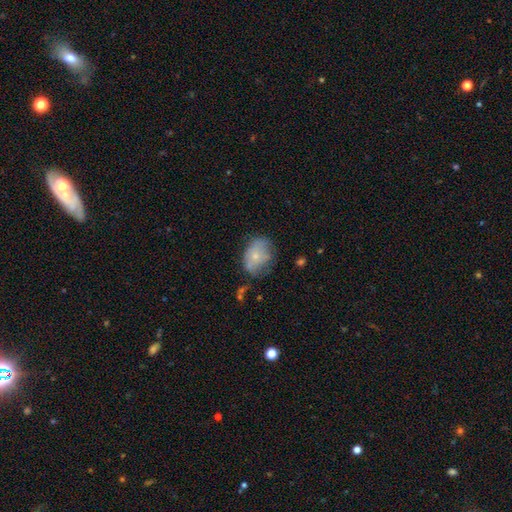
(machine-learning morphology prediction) smooth-or-featured: smooth: 61% | featured or disk: 30% | star or artifact: 10%
  how-rounded: in between: 66% | round: 32% | cigar-shaped: 1%
  merging: none: 48% | minor disturbance: 32% | major disturbance: 15% | merger: 4%